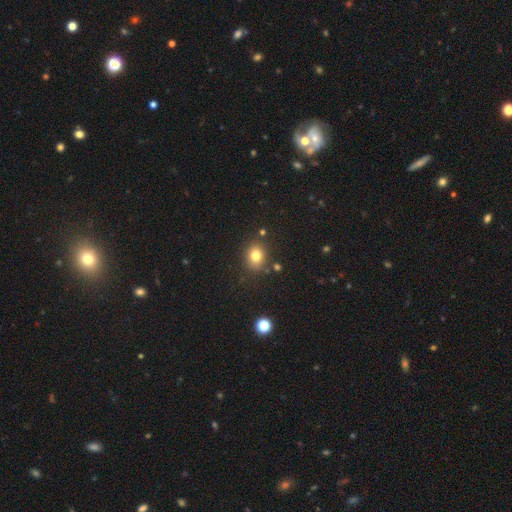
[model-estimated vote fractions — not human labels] Smooth or featured?
  - smooth: 78% *
  - star or artifact: 13%
  - featured or disk: 9%
How rounded?
  - round: 58% *
  - in between: 41%
  - cigar-shaped: 1%
Merging?
  - none: 82% *
  - minor disturbance: 11%
  - merger: 4%
  - major disturbance: 3%